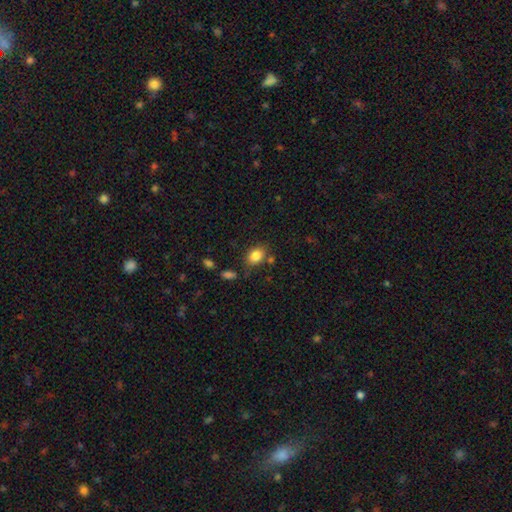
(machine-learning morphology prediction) Smooth or featured? Predicted: smooth (p=0.83). How rounded? Predicted: in between (p=0.64). Merging? Predicted: none (p=0.73).